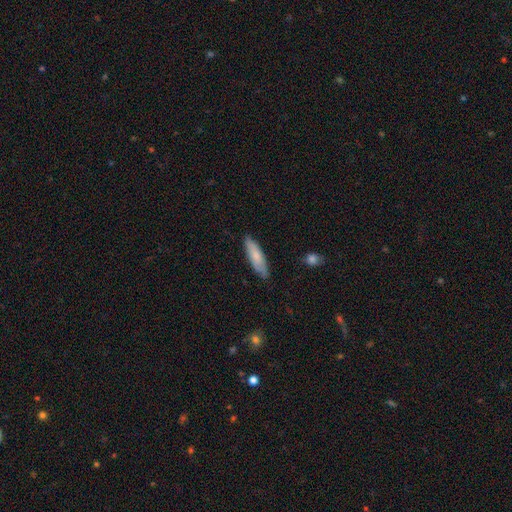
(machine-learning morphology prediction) The model was most divided on "how rounded": cigar-shaped: 61%, in between: 37%, round: 2%. More confident: merging — none (83%); smooth or featured — smooth (76%).